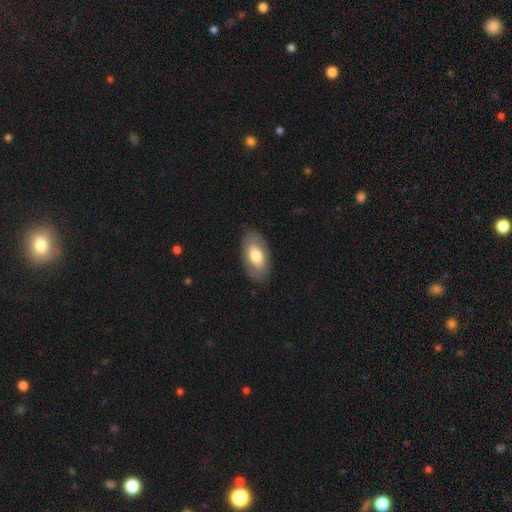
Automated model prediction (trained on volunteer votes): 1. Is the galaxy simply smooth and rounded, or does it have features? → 65% smooth, 29% featured or disk, 6% star or artifact.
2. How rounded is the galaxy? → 94% in between, 4% round, 2% cigar-shaped.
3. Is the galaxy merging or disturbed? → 85% none, 11% minor disturbance, 3% major disturbance, 1% merger.